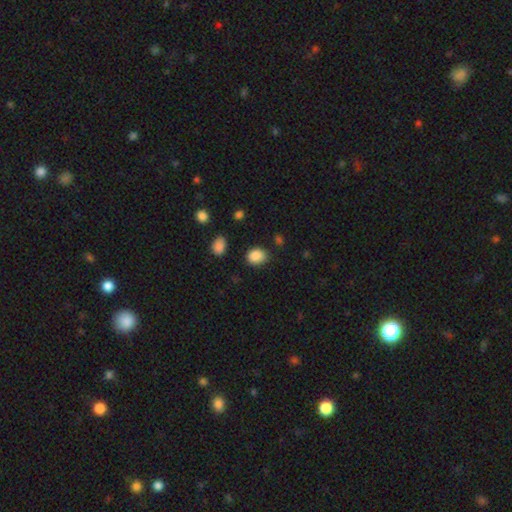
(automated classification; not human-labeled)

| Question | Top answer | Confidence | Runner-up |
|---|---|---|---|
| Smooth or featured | smooth | 87% | star or artifact (9%) |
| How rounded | in between | 57% | round (42%) |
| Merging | none | 72% | minor disturbance (21%) |